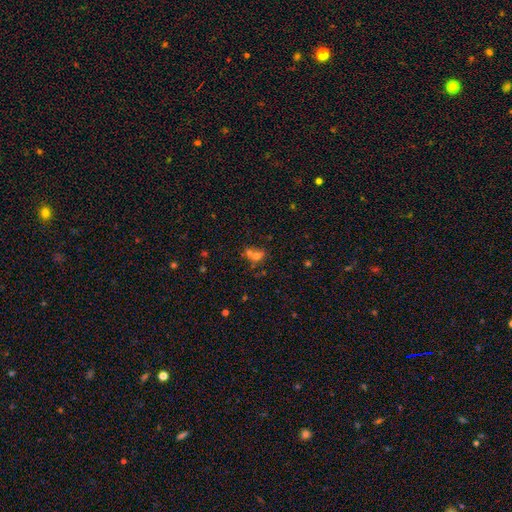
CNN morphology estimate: Overall: smooth (61%). How rounded: round (66%; in between 32%). Merging: merger (54%; none 33%).